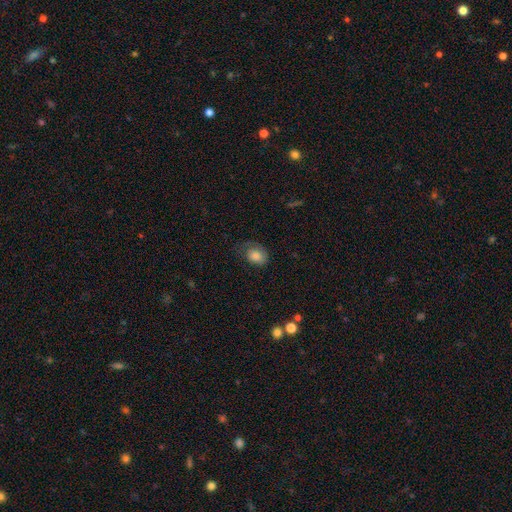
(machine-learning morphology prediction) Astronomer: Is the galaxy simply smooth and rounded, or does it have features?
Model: smooth — 76%.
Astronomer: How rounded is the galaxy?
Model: in between — 65%.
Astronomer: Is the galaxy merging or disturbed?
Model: none — 50% (runner-up: minor disturbance, 27%).